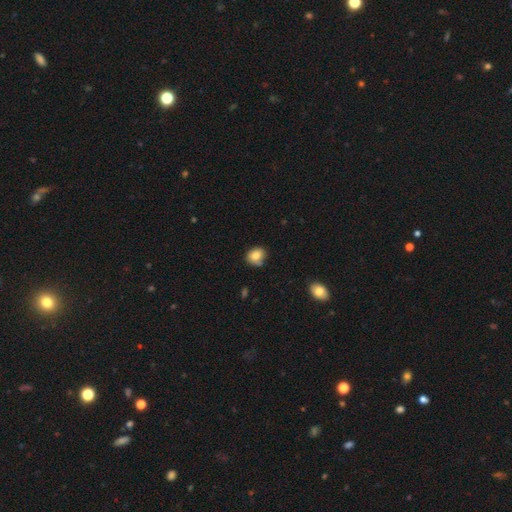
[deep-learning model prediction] The model was most divided on "how rounded": round: 56%, in between: 43%, cigar-shaped: 1%. More confident: smooth or featured — smooth (81%); merging — none (62%).